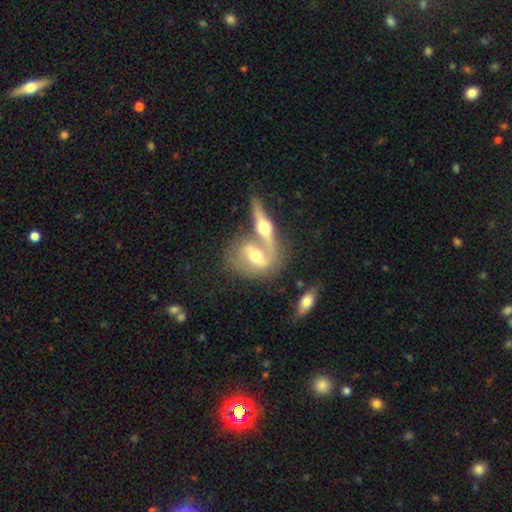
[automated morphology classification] Smooth or featured? featured or disk (67%)
Edge-on disk? no (64%)
Merging? merger (55%)